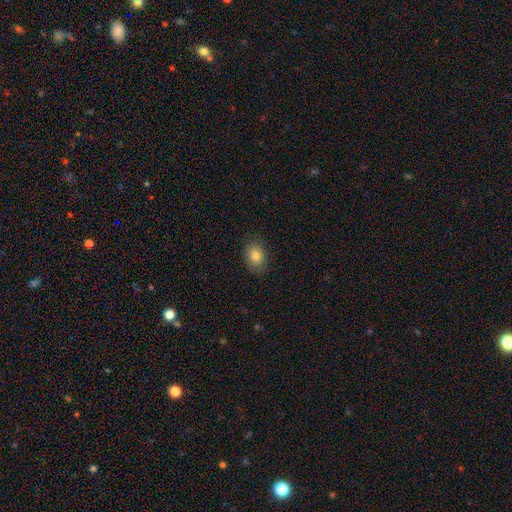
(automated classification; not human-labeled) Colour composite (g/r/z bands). It shows a smooth galaxy with no disk features (83%) that is in between round and cigar-shaped (70%). Merging: none (85%).